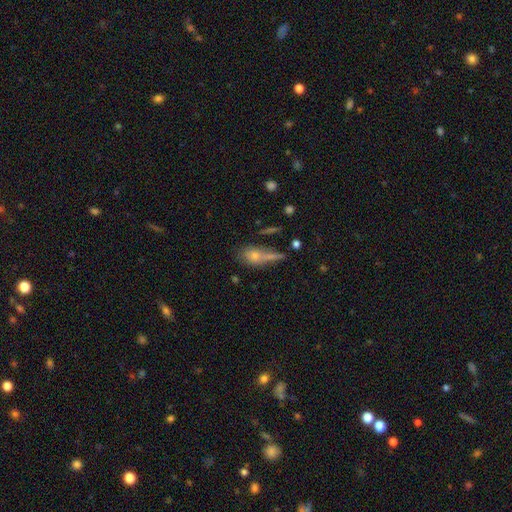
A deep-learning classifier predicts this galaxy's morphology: Overall: smooth (55%; featured or disk 27%). How rounded: in between (56%; round 27%). Merging: none (47%; merger 20%).